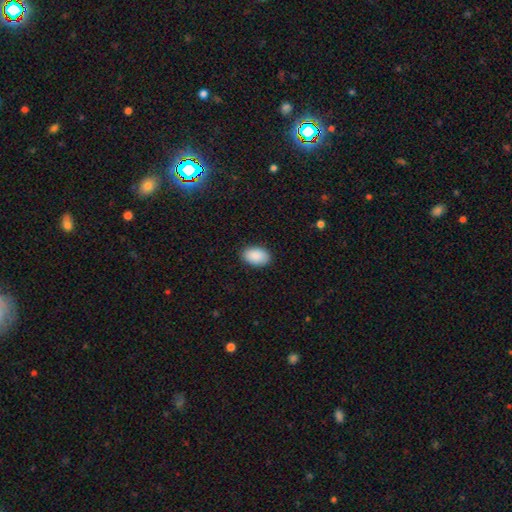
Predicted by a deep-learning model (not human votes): This appears to be a smooth galaxy with no disk features (91%) that is in between round and cigar-shaped (92%). Merging: none (89%).